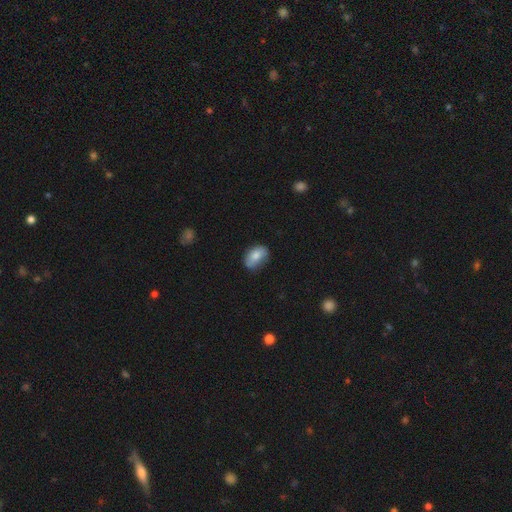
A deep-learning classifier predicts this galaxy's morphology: This appears to be a smooth galaxy with no disk features (74%) that is in between round and cigar-shaped (87%). Merging: none (67%).